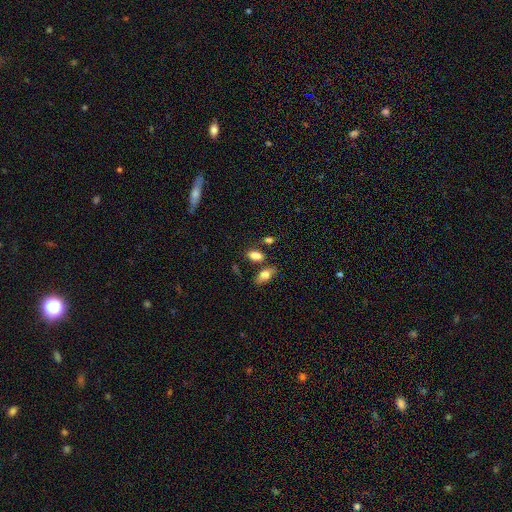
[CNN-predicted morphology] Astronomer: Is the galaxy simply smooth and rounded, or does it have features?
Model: smooth — 82%.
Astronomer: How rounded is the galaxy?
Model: in between — 88%.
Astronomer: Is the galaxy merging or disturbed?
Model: none — 70%.